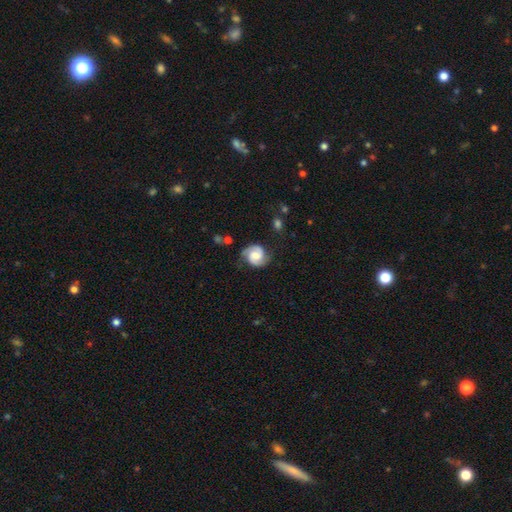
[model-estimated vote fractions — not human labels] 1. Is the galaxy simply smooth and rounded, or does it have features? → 79% featured or disk, 15% smooth, 7% star or artifact.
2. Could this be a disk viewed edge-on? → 98% no, 2% yes.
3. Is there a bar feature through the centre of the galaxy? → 51% no, 39% weak, 10% strong.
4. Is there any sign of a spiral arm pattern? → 97% yes, 3% no.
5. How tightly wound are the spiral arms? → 45% medium, 38% tight, 16% loose.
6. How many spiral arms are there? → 91% 2, 4% can't tell, 2% 1, 2% 3, 1% 4, 1% more than 4.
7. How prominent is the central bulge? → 47% moderate, 24% small, 17% large, 10% none, 2% dominant.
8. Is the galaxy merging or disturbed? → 74% none, 18% minor disturbance, 7% major disturbance, 2% merger.